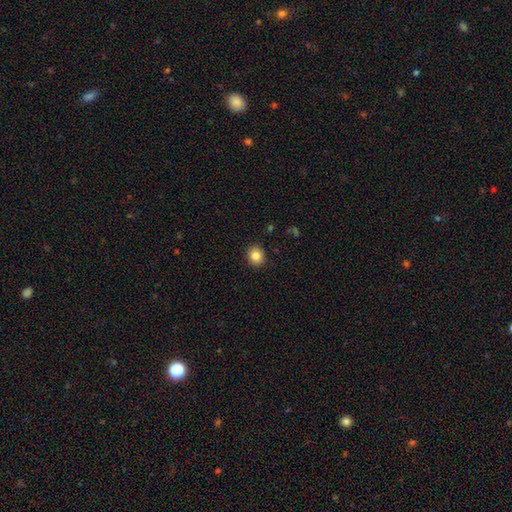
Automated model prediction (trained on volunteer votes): Smooth or featured: smooth — 84% (star or artifact — 10%)
How rounded: round — 70% (in between — 29%)
Merging: none — 90% (minor disturbance — 7%)